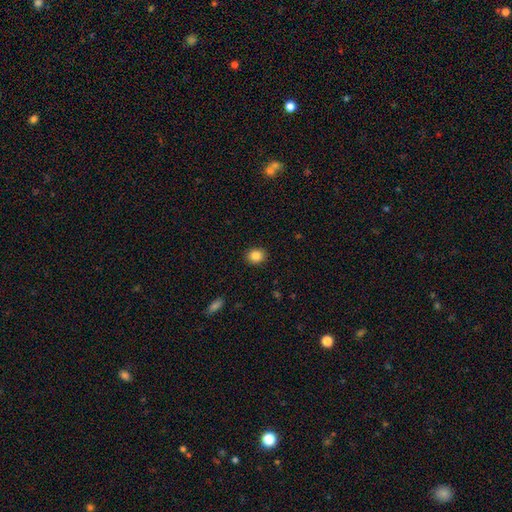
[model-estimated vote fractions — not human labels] Smooth or featured? smooth (86%)
How rounded? round (68%)
Merging? none (91%)